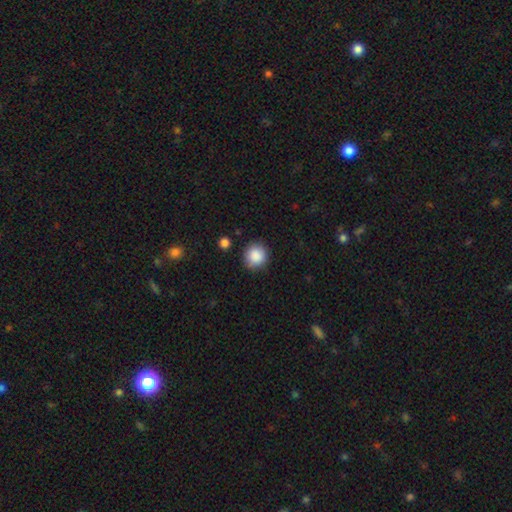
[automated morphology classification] This is clearly a smooth galaxy (88%). How rounded: clearly round (92%). Merging: clearly none (86%).